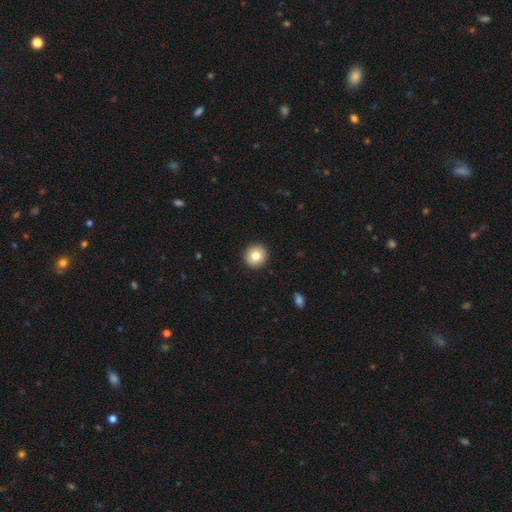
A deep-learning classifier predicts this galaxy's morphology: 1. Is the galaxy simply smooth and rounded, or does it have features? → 80% smooth, 10% featured or disk, 9% star or artifact.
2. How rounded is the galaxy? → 94% round, 5% in between, 1% cigar-shaped.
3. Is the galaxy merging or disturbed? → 93% none, 4% minor disturbance, 1% major disturbance, 1% merger.